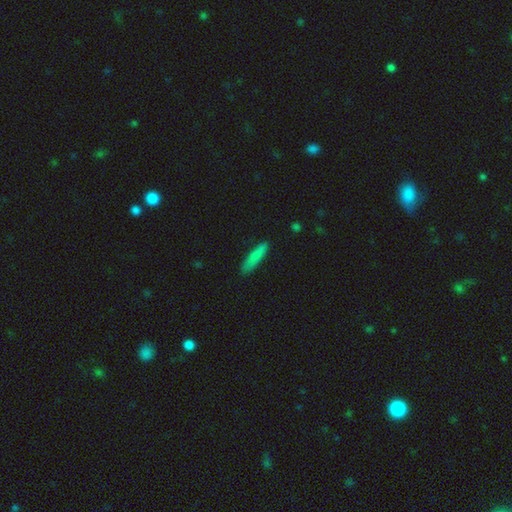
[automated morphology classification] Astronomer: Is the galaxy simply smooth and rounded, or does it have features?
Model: smooth — 82%.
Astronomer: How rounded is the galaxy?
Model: cigar-shaped — 81%.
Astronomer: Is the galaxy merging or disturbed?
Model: none — 85%.